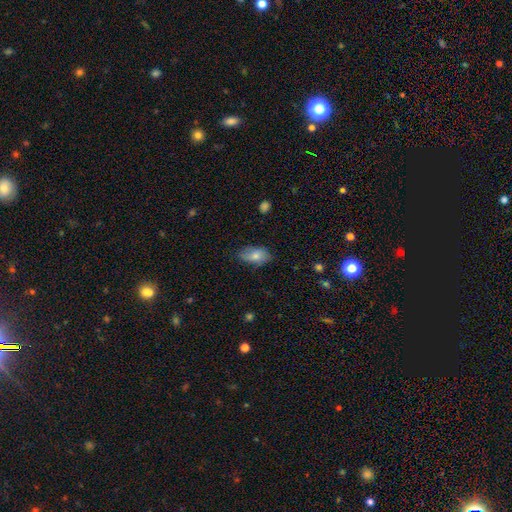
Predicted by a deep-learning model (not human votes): A smooth galaxy with no disk features (75%) that is in between round and cigar-shaped (90%). Merging: none (67%).